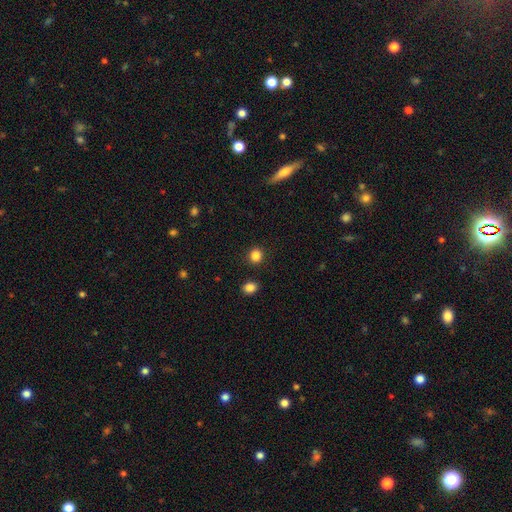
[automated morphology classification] smooth 85%, star or artifact 11%, featured or disk 3%. Down the decision tree: how rounded — round (86%); merging — none (90%).